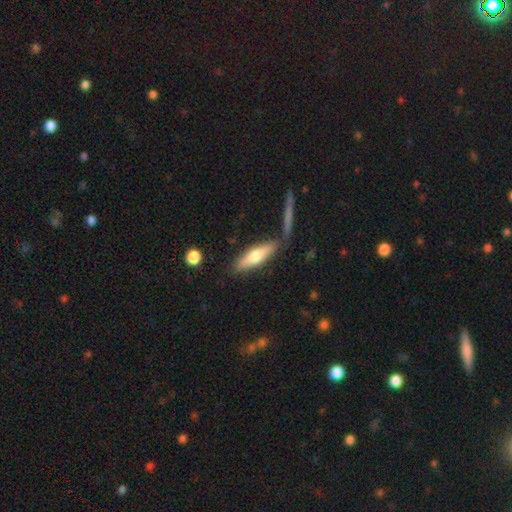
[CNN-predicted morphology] Smooth or featured?
  - smooth: 59% *
  - featured or disk: 35%
  - star or artifact: 6%
How rounded?
  - cigar-shaped: 66% *
  - in between: 32%
  - round: 2%
Merging?
  - none: 74% *
  - minor disturbance: 12%
  - merger: 11%
  - major disturbance: 3%